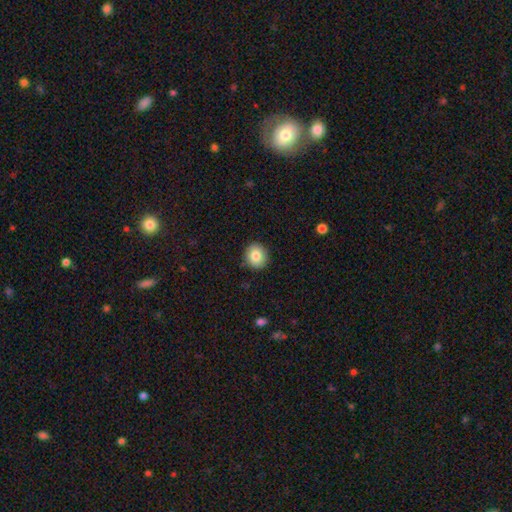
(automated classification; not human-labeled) A smooth galaxy with no disk features (83%) that is round (84%).

Vote fractions:
- Smooth or featured? smooth: 83% / featured or disk: 8% / star or artifact: 8%
- How rounded? round: 84% / in between: 15% / cigar-shaped: 1%
- Merging? none: 90% / minor disturbance: 7% / major disturbance: 2% / merger: 1%